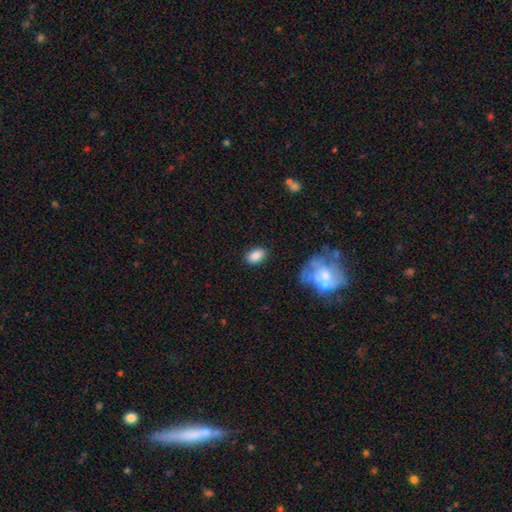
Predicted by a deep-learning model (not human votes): Smooth or featured?
  - smooth: 85% *
  - star or artifact: 8%
  - featured or disk: 7%
How rounded?
  - in between: 88% *
  - round: 10%
  - cigar-shaped: 2%
Merging?
  - none: 86% *
  - minor disturbance: 10%
  - major disturbance: 3%
  - merger: 2%